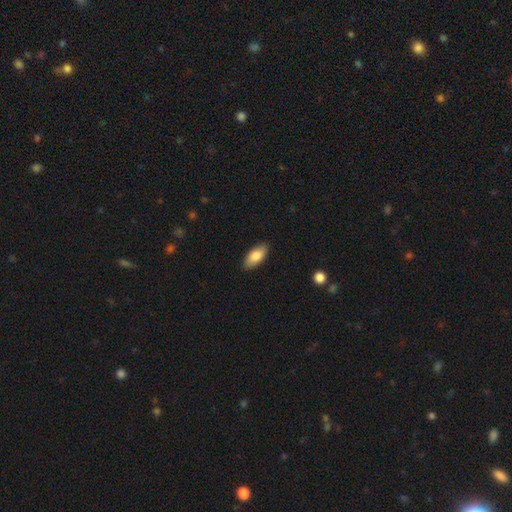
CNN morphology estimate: smooth_or_featured: smooth (p=0.83) [alt: featured or disk p=0.11]
how_rounded: in between (p=0.88) [alt: cigar-shaped p=0.10]
merging: none (p=0.88) [alt: minor disturbance p=0.09]